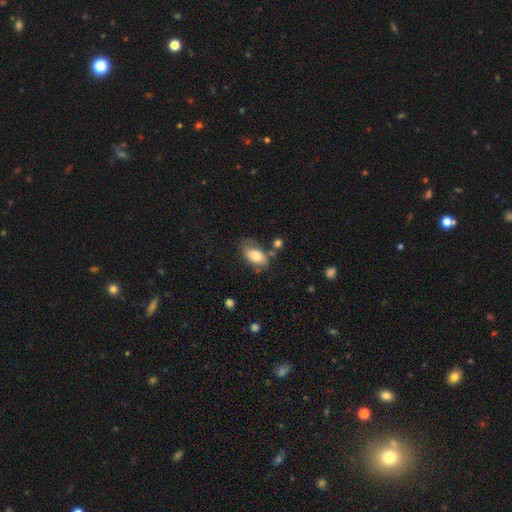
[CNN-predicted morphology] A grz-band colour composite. It shows a smooth galaxy with no disk features (77%) that is in between round and cigar-shaped (92%). Merging: none (55%).